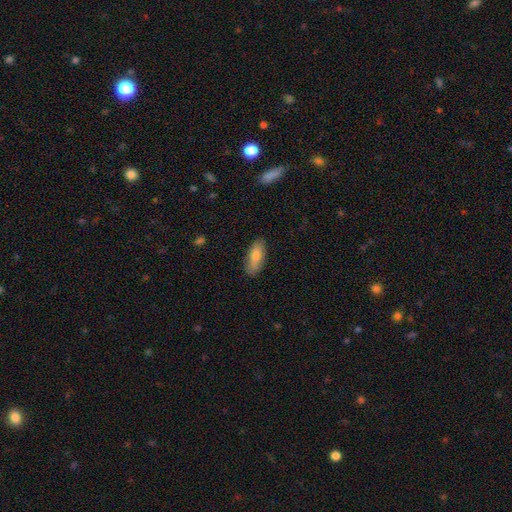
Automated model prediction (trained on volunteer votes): smooth_or_featured: smooth (p=0.72) [alt: featured or disk p=0.20]
how_rounded: in between (p=0.71) [alt: cigar-shaped p=0.26]
merging: none (p=0.85) [alt: minor disturbance p=0.11]